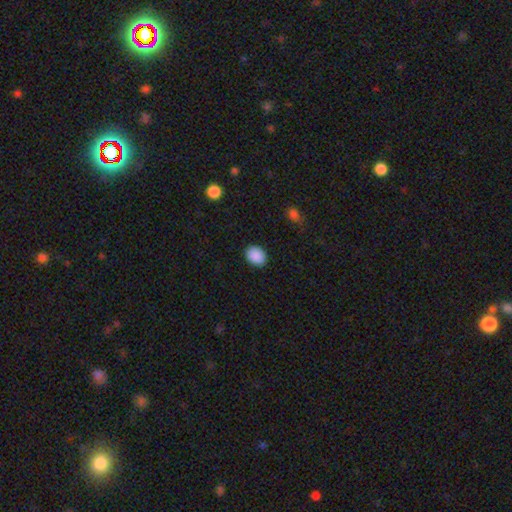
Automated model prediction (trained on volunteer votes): A smooth galaxy with no disk features (90%) that is in between round and cigar-shaped (64%).

Vote fractions:
- Smooth or featured? smooth: 90% / star or artifact: 7% / featured or disk: 3%
- How rounded? in between: 64% / round: 35% / cigar-shaped: 1%
- Merging? none: 88% / minor disturbance: 8% / major disturbance: 2% / merger: 1%